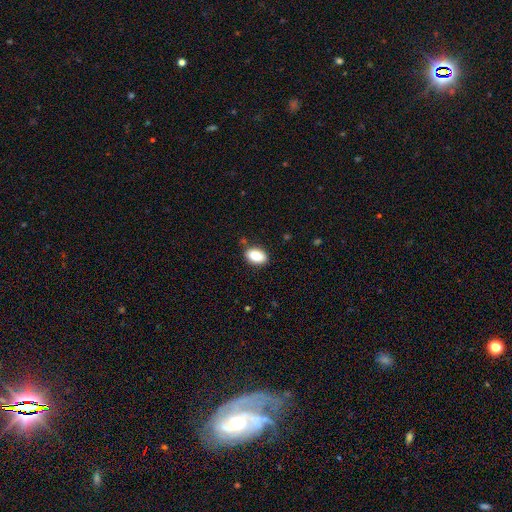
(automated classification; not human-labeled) Smooth or featured? smooth (83%)
How rounded? in between (90%)
Merging? none (85%)